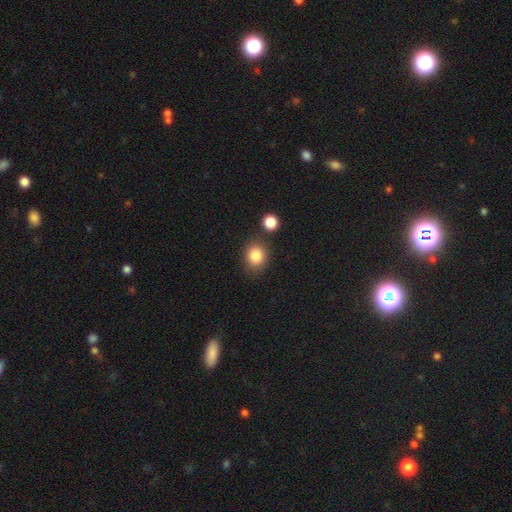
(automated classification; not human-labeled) This is clearly a smooth galaxy (85%). How rounded: likely round (63%). Merging: likely none (77%).